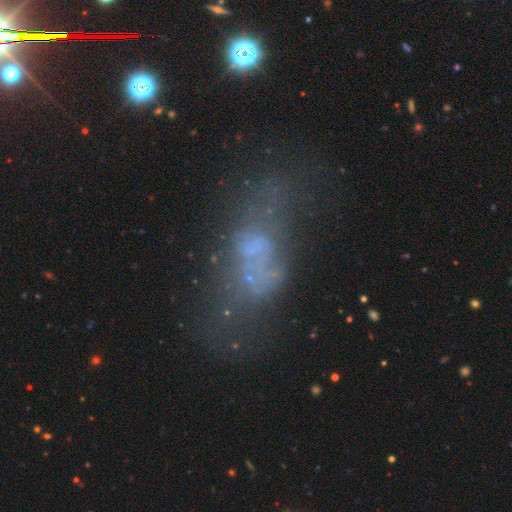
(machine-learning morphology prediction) Q: Smooth or featured?
A: featured or disk (43%); runner-up: smooth (32%)
Q: Merging?
A: none (36%); runner-up: major disturbance (32%)